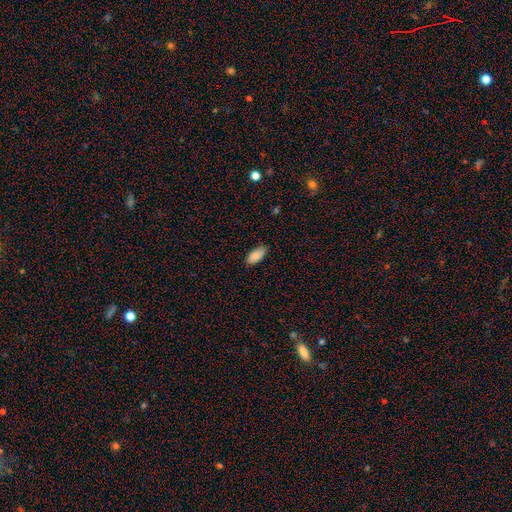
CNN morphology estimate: Overall: smooth (87%). How rounded: in between (90%). Merging: none (82%).